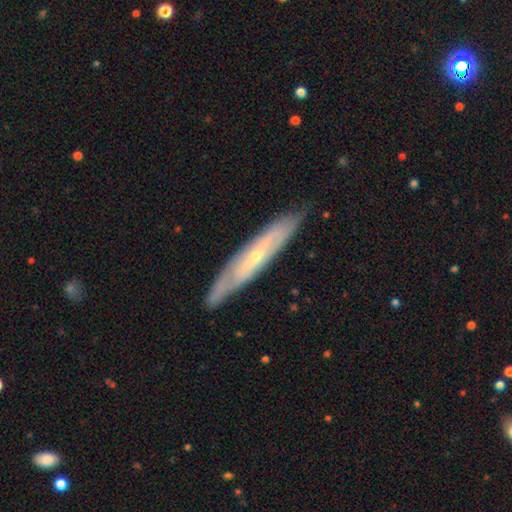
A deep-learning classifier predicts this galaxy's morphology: smooth-or-featured: featured or disk: 70% | smooth: 24% | star or artifact: 6%
  disk-edge-on: yes: 58% | no: 42%
  merging: none: 84% | minor disturbance: 13% | major disturbance: 3% | merger: 1%